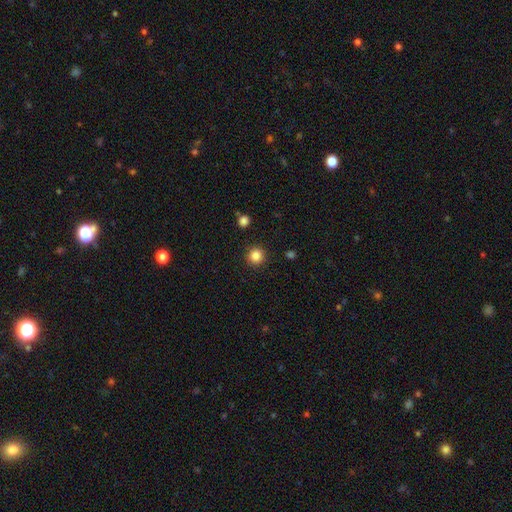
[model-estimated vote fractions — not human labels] A smooth galaxy with no disk features (85%) that is round (94%). Merging: none (91%).